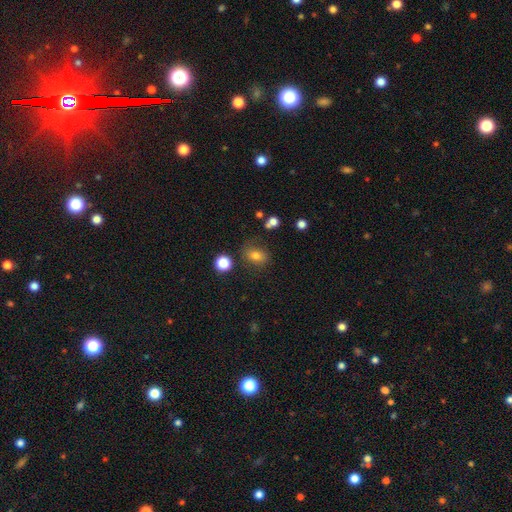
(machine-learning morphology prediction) The model was most divided on "how rounded": in between: 62%, round: 37%, cigar-shaped: 1%. More confident: smooth or featured — smooth (75%); merging — none (69%).